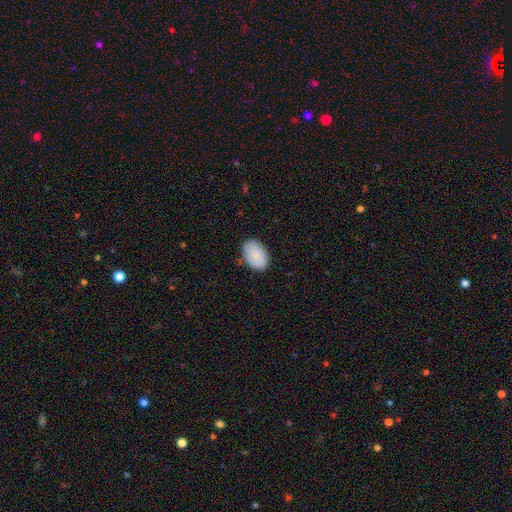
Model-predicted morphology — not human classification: Smooth or featured? smooth (86%)
How rounded? in between (90%)
Merging? none (84%)